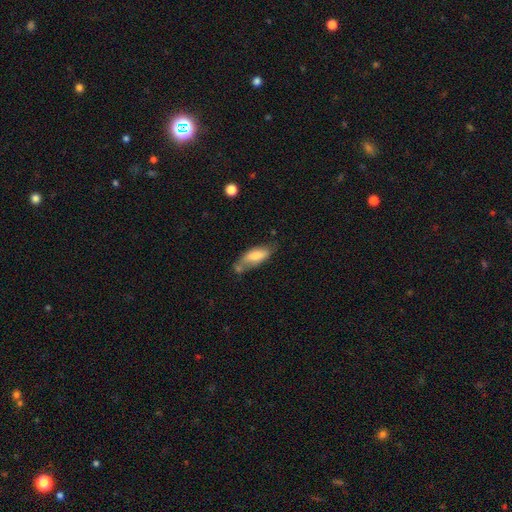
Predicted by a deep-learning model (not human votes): smooth_or_featured: smooth (p=0.73) [alt: featured or disk p=0.20]
how_rounded: in between (p=0.73) [alt: cigar-shaped p=0.25]
merging: none (p=0.43) [alt: minor disturbance p=0.30]